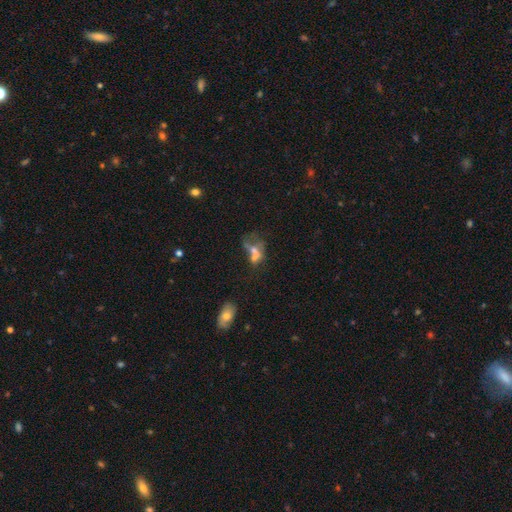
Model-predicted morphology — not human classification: A smooth galaxy with no disk features (41%).

Vote fractions:
- Smooth or featured? smooth: 41% / featured or disk: 39% / star or artifact: 20%
- Merging? merger: 37% / major disturbance: 28% / none: 22% / minor disturbance: 13%